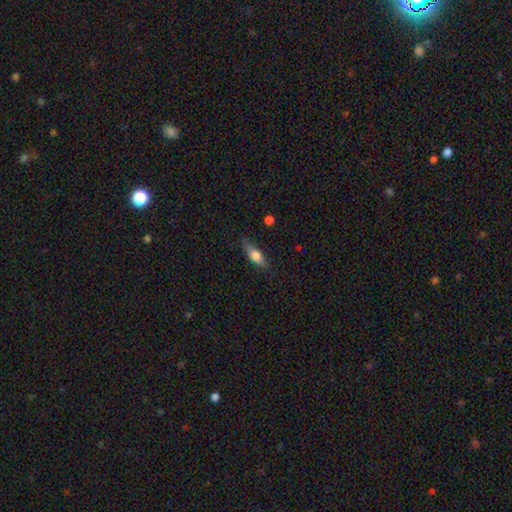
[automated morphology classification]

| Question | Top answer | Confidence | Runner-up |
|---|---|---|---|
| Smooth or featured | smooth | 64% | featured or disk (29%) |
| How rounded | in between | 55% | cigar-shaped (42%) |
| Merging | none | 76% | minor disturbance (18%) |